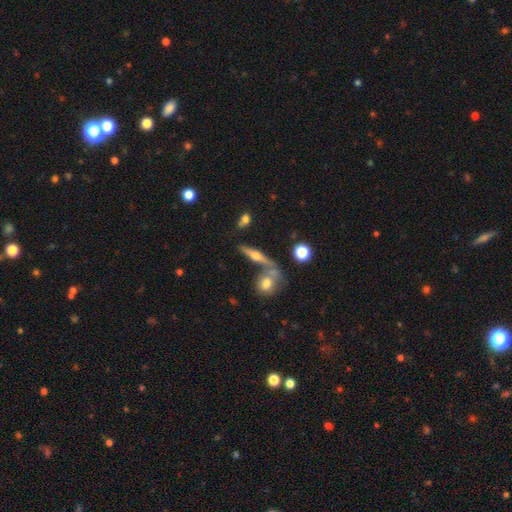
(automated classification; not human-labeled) featured or disk 60%, smooth 31%, star or artifact 8%. Down the decision tree: edge-on disk — yes (92%); edge-on bulge — rounded (91%); merging — none (61%).